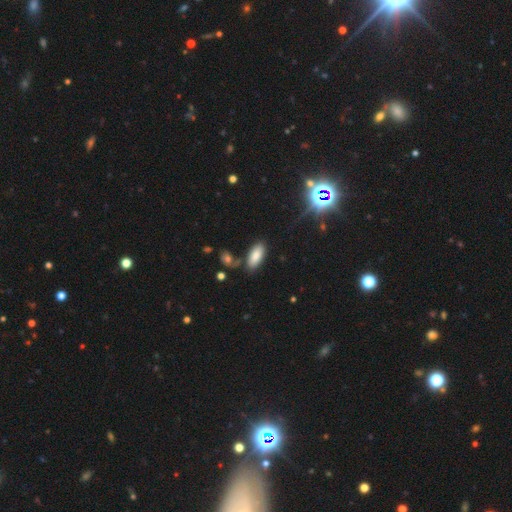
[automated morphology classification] A smooth galaxy with no disk features (83%) that is in between round and cigar-shaped (85%). Merging: none (71%).